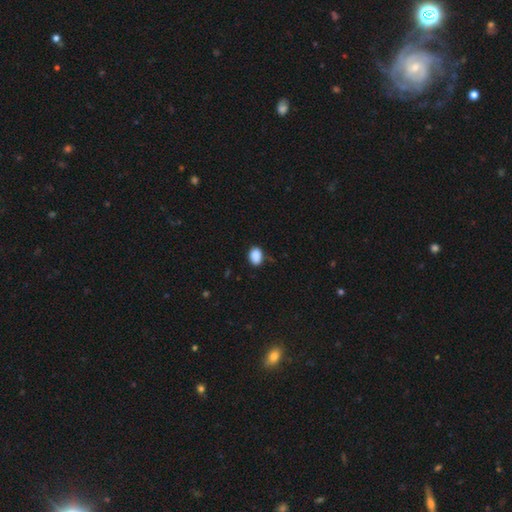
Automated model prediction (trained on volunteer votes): Smooth or featured? Predicted: smooth (p=0.89). How rounded? Predicted: in between (p=0.77). Merging? Predicted: none (p=0.83).